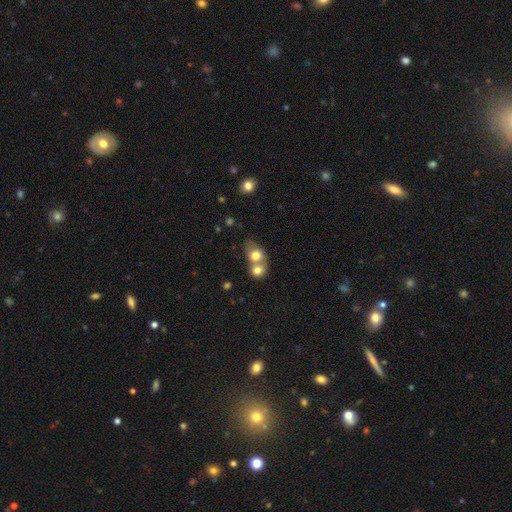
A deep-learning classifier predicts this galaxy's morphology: Q: Smooth or featured?
A: smooth (76%); runner-up: featured or disk (16%)
Q: How rounded?
A: round (55%); runner-up: in between (43%)
Q: Merging?
A: merger (68%); runner-up: none (22%)